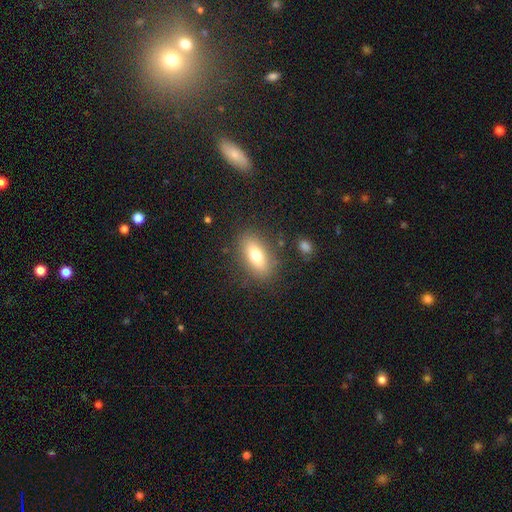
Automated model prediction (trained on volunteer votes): This appears to be a smooth galaxy with no disk features (71%) that is in between round and cigar-shaped (80%). Merging: none (83%).